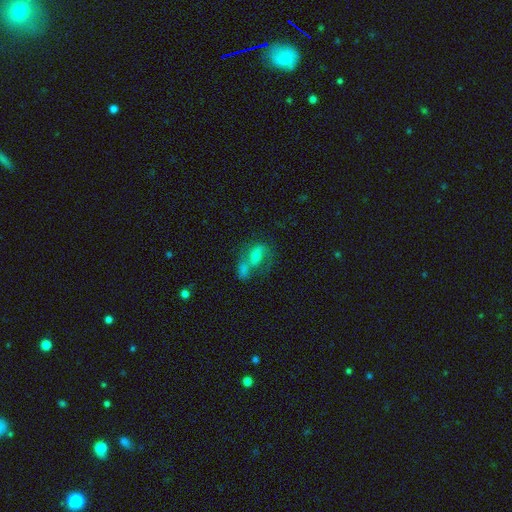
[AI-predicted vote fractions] Smooth or featured: featured or disk — 46% (smooth — 42%)
Merging: merger — 50% (none — 24%)